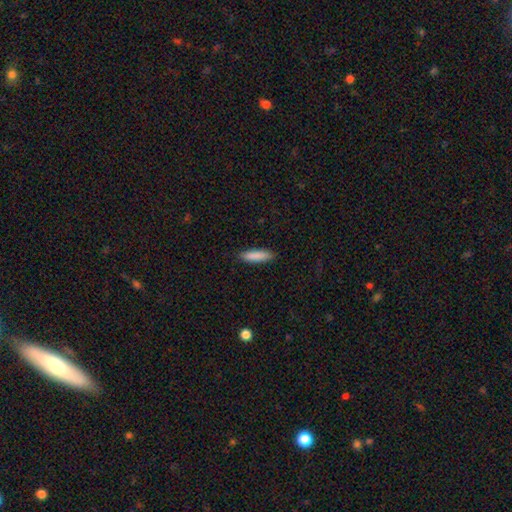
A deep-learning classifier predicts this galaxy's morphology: The model was most divided on "how rounded": cigar-shaped: 69%, in between: 30%, round: 1%. More confident: merging — none (89%); smooth or featured — smooth (87%).